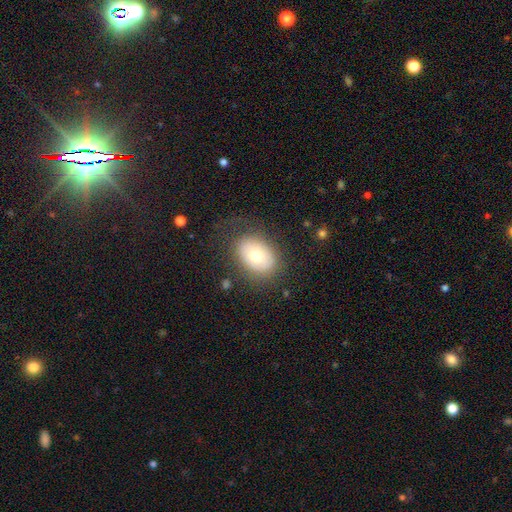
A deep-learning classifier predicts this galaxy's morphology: Smooth or featured? Predicted: smooth (p=0.68). How rounded? Predicted: in between (p=0.73). Merging? Predicted: none (p=0.73).